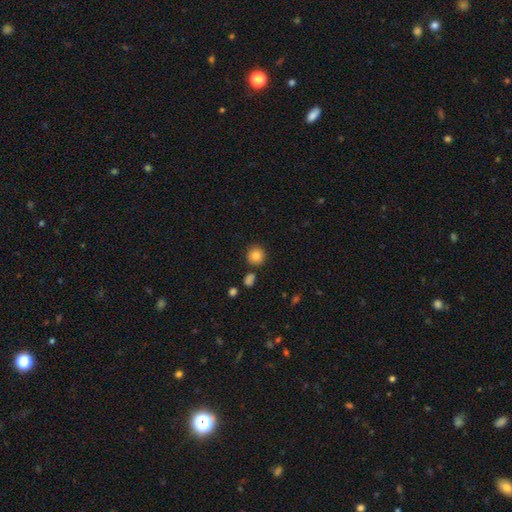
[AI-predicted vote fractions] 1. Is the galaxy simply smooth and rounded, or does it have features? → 83% smooth, 10% star or artifact, 6% featured or disk.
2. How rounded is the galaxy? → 92% round, 7% in between, 1% cigar-shaped.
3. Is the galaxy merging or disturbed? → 85% none, 8% minor disturbance, 5% merger, 2% major disturbance.